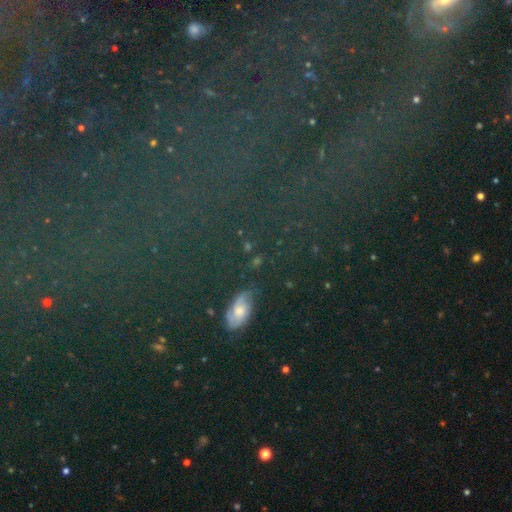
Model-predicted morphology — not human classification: Smooth or featured: star or artifact — 58% (smooth — 27%)